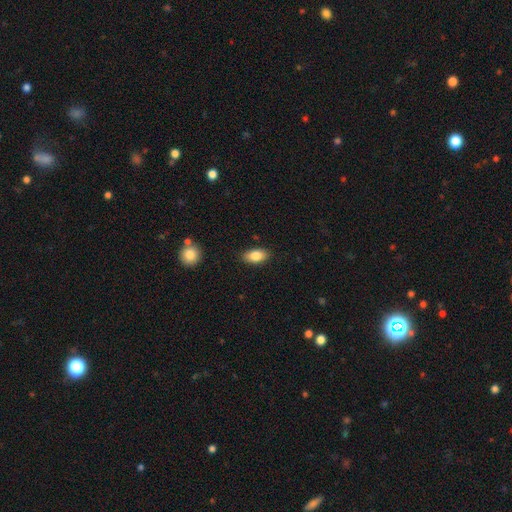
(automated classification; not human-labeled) This appears to be a smooth galaxy with no disk features (84%) that is in between round and cigar-shaped (90%). Merging: none (86%).